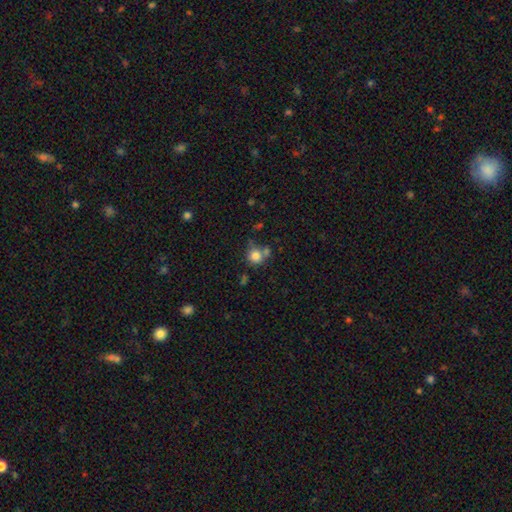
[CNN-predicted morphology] smooth-or-featured: smooth: 81% | star or artifact: 11% | featured or disk: 9%
  how-rounded: round: 87% | in between: 12% | cigar-shaped: 1%
  merging: none: 55% | merger: 23% | minor disturbance: 16% | major disturbance: 6%